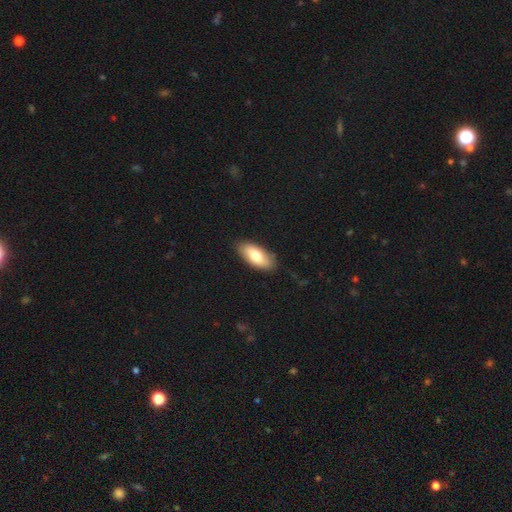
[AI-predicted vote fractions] Smooth or featured? Predicted: smooth (p=0.75). How rounded? Predicted: in between (p=0.89). Merging? Predicted: none (p=0.84).